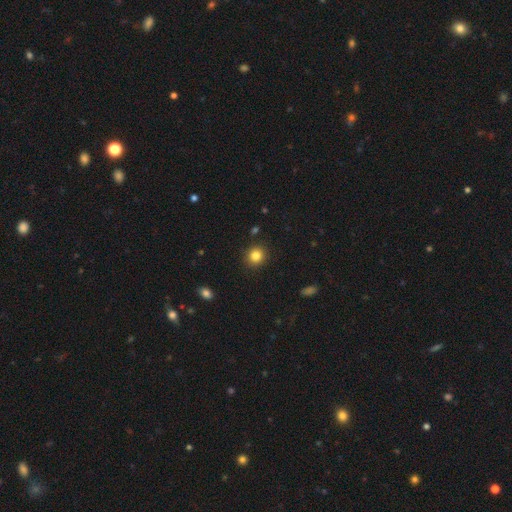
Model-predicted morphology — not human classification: Smooth or featured: smooth — 84% (star or artifact — 11%)
How rounded: round — 85% (in between — 14%)
Merging: none — 91% (minor disturbance — 6%)